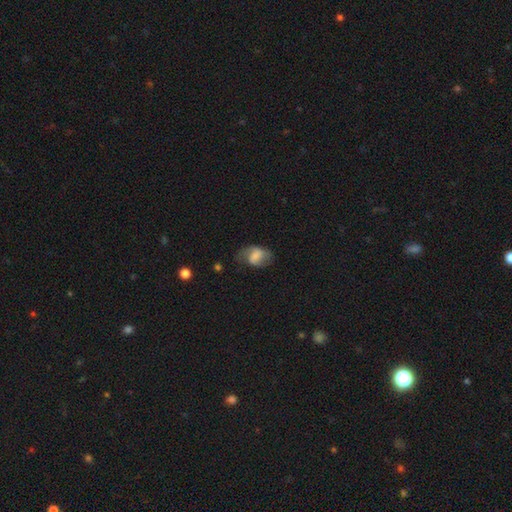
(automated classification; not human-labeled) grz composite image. It shows a smooth galaxy with no disk features (50%) that is in between round and cigar-shaped (79%). Merging: none (48%).